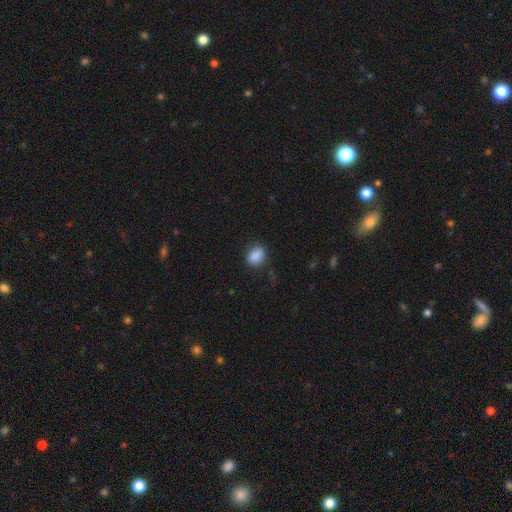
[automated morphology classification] Q: Smooth or featured?
A: smooth (87%); runner-up: star or artifact (8%)
Q: How rounded?
A: in between (76%); runner-up: round (22%)
Q: Merging?
A: none (75%); runner-up: minor disturbance (18%)